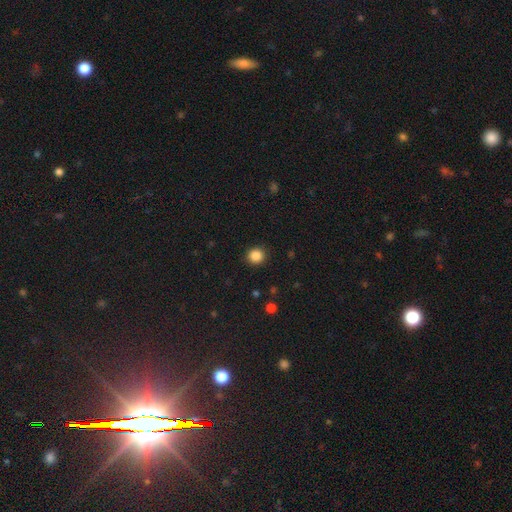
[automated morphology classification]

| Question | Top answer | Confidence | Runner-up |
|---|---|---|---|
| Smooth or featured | smooth | 87% | star or artifact (11%) |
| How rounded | round | 91% | in between (8%) |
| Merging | none | 91% | minor disturbance (6%) |